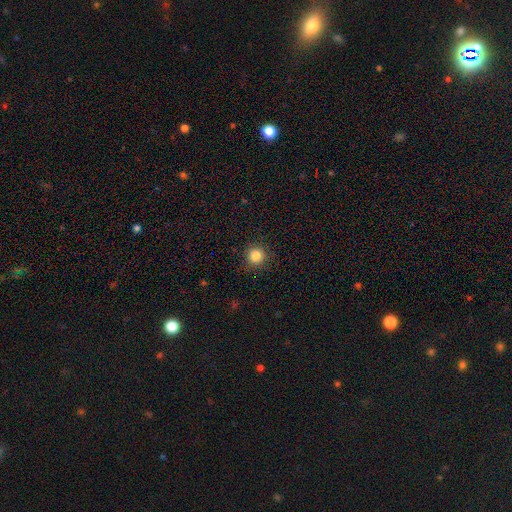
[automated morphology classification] Overall: smooth (84%). How rounded: round (94%). Merging: none (90%).